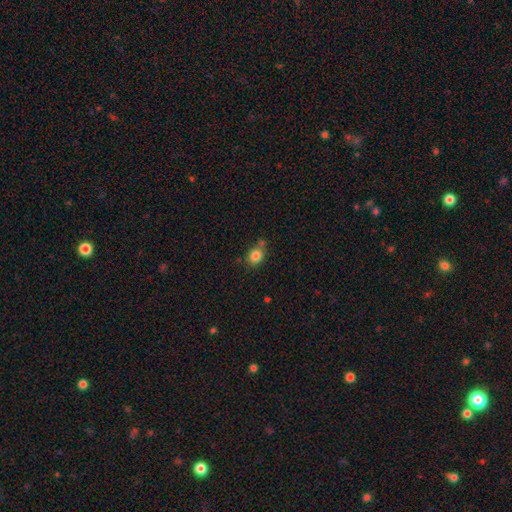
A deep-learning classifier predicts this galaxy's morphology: Q: Smooth or featured?
A: smooth (84%); runner-up: star or artifact (10%)
Q: How rounded?
A: round (69%); runner-up: in between (30%)
Q: Merging?
A: none (62%); runner-up: merger (17%)